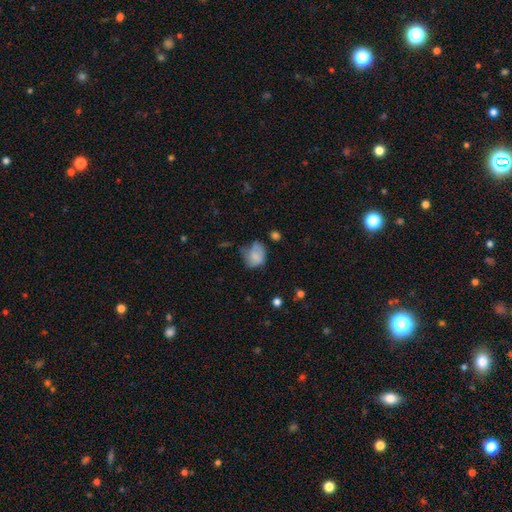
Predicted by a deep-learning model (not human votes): This is likely a smooth galaxy (73%). How rounded: possibly in between (56%). Merging: marginally minor disturbance (37%).